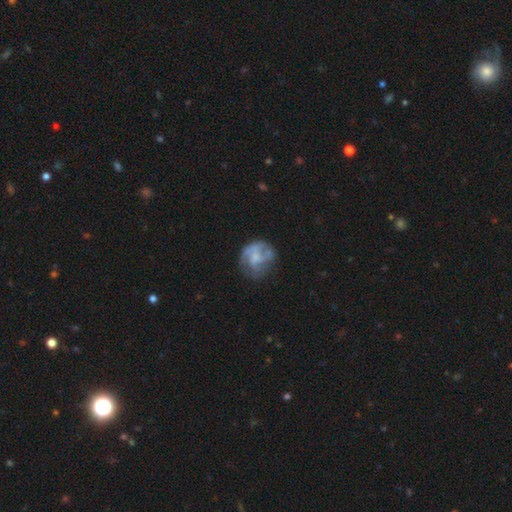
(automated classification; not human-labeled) Smooth or featured?
  - featured or disk: 55% *
  - smooth: 36%
  - star or artifact: 8%
Edge-on disk?
  - no: 98% *
  - yes: 2%
Bar?
  - no: 74% *
  - weak: 22%
  - strong: 4%
Spiral arms?
  - yes: 56% *
  - no: 44%
Bulge size?
  - none: 35% *
  - moderate: 30%
  - small: 26%
  - large: 7%
  - dominant: 2%
Merging?
  - none: 52% *
  - minor disturbance: 23%
  - major disturbance: 21%
  - merger: 3%